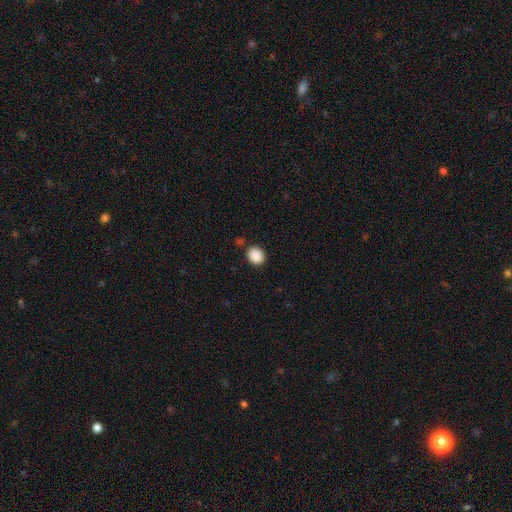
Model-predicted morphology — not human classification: smooth_or_featured: smooth (p=0.89) [alt: star or artifact p=0.09]
how_rounded: round (p=0.68) [alt: in between p=0.31]
merging: none (p=0.85) [alt: minor disturbance p=0.09]